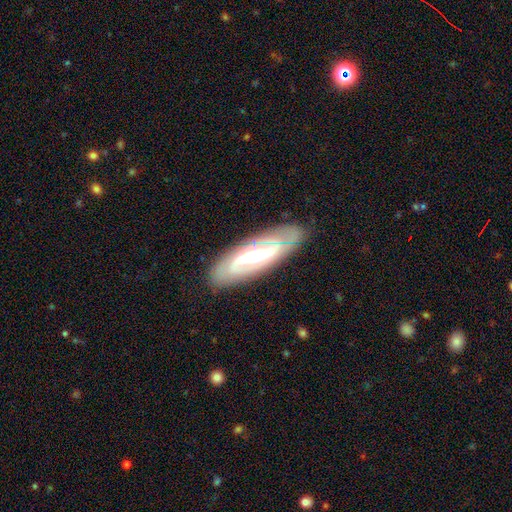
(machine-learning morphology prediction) type=featured or disk (81%); edge-on=no (84%); bar=weak (40%); spiral arms=yes (86%); winding=medium (40%); arm count=2 (76%); bulge=moderate (65%); merging=none (85%).